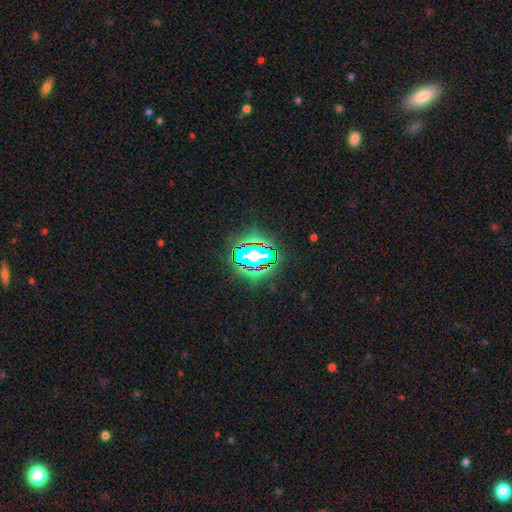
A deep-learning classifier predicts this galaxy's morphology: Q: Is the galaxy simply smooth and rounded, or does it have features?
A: star or artifact — 81%.